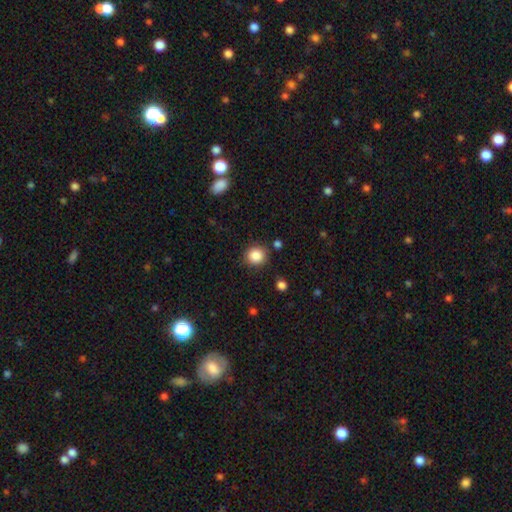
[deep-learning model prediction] A smooth galaxy with no disk features (86%) that is round (86%). Merging: none (85%).